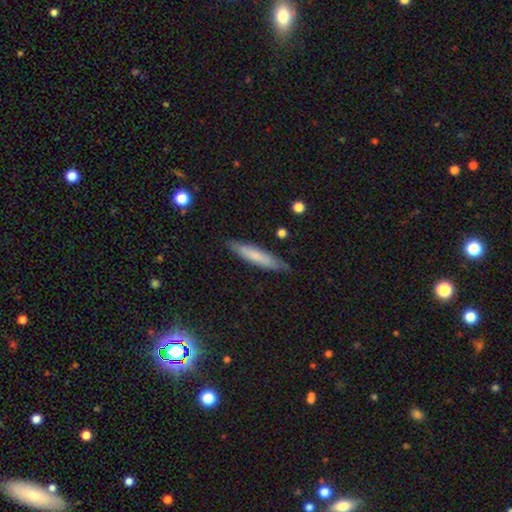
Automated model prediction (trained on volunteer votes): Overall: smooth (71%). How rounded: cigar-shaped (86%). Merging: none (83%).